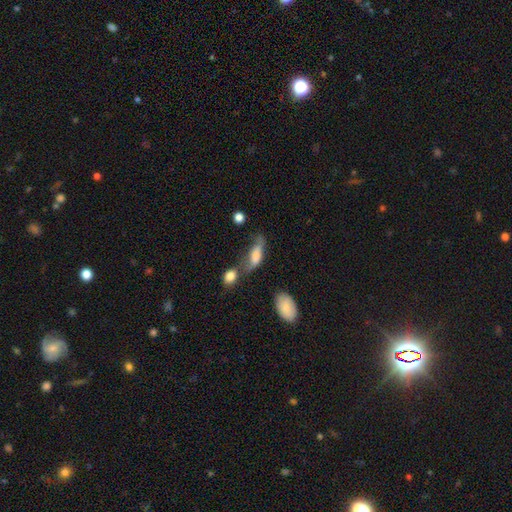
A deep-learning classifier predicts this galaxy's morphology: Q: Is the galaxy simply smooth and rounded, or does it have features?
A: smooth — 65%.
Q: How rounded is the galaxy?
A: in between — 73%.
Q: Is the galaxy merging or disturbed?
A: merger — 29%.